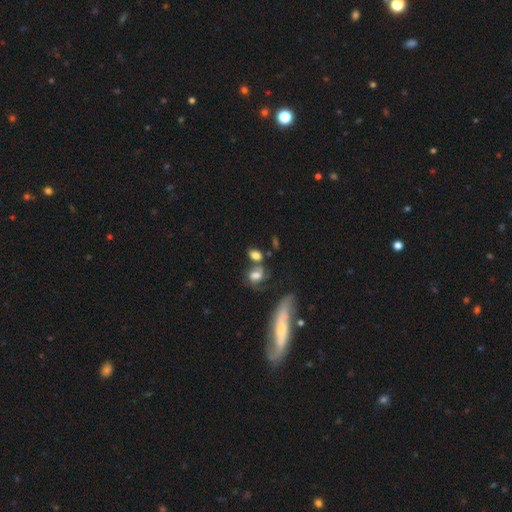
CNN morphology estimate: smooth-or-featured: smooth: 66% | featured or disk: 22% | star or artifact: 12%
  how-rounded: in between: 77% | round: 18% | cigar-shaped: 5%
  merging: none: 40% | merger: 37% | minor disturbance: 14% | major disturbance: 9%